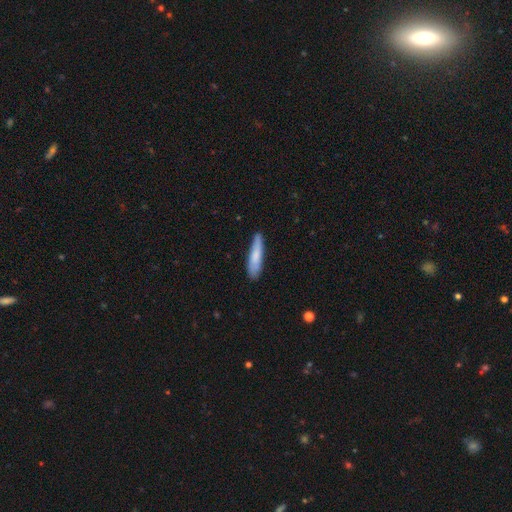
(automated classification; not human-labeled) Smooth or featured? smooth (76%)
How rounded? cigar-shaped (84%)
Merging? none (78%)